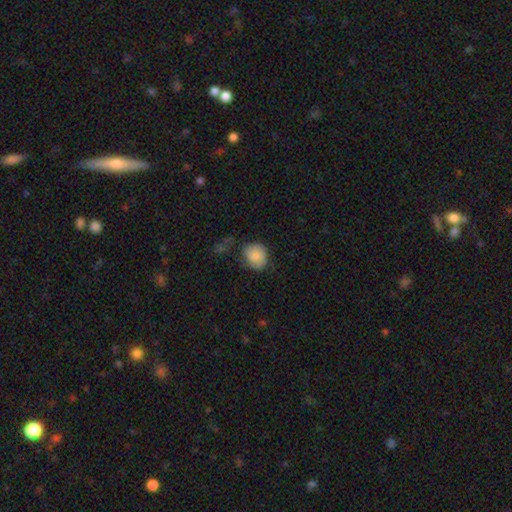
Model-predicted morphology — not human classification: Smooth or featured? Predicted: smooth (p=0.83). How rounded? Predicted: round (p=0.73). Merging? Predicted: none (p=0.59).